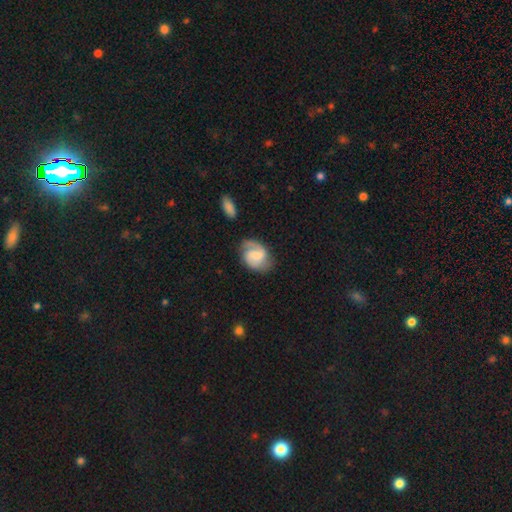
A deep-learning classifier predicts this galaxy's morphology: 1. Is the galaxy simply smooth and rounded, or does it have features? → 66% featured or disk, 27% smooth, 7% star or artifact.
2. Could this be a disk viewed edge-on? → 97% no, 3% yes.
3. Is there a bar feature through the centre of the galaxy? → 52% weak, 28% no, 20% strong.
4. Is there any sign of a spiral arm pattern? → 92% yes, 8% no.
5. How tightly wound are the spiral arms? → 49% medium, 26% loose, 25% tight.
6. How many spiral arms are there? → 82% 2, 7% 1, 7% can't tell, 2% 3, 1% 4, 1% more than 4.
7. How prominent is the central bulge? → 31% none, 28% small, 27% moderate, 12% large, 2% dominant.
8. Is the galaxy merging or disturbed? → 71% none, 19% minor disturbance, 8% major disturbance, 2% merger.